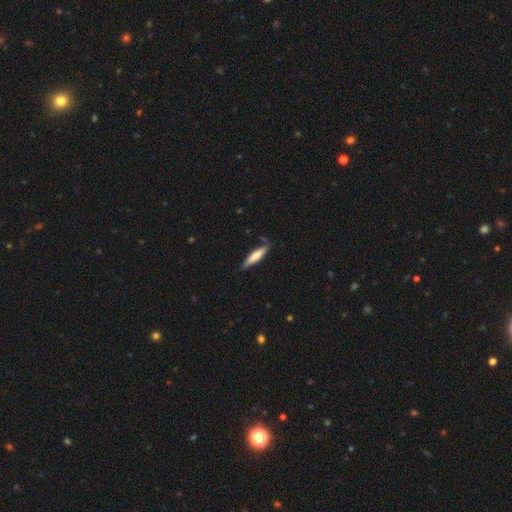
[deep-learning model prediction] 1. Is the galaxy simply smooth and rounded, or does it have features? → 67% smooth, 27% featured or disk, 6% star or artifact.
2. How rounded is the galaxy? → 81% cigar-shaped, 17% in between, 1% round.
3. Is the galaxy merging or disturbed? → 79% none, 16% minor disturbance, 3% major disturbance, 3% merger.